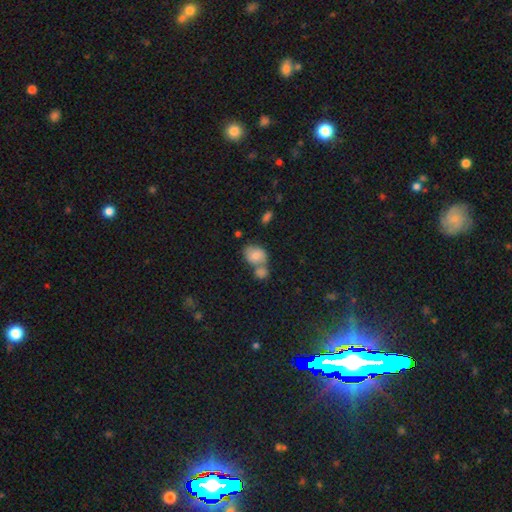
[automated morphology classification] type=smooth (78%); roundness=in between (62%); merging=merger (51%).